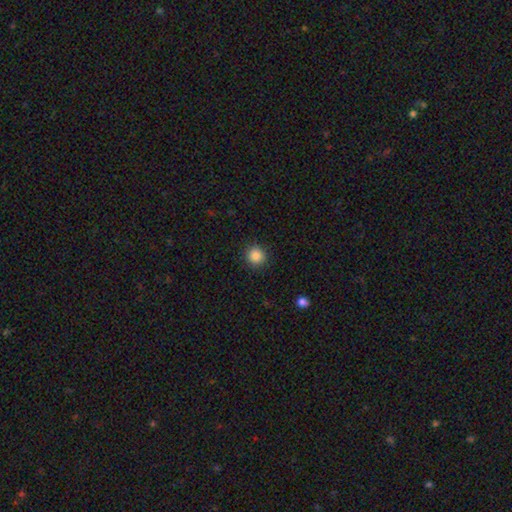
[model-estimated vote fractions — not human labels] Q: Smooth or featured?
A: smooth (86%); runner-up: star or artifact (10%)
Q: How rounded?
A: round (93%); runner-up: in between (6%)
Q: Merging?
A: none (92%); runner-up: minor disturbance (6%)